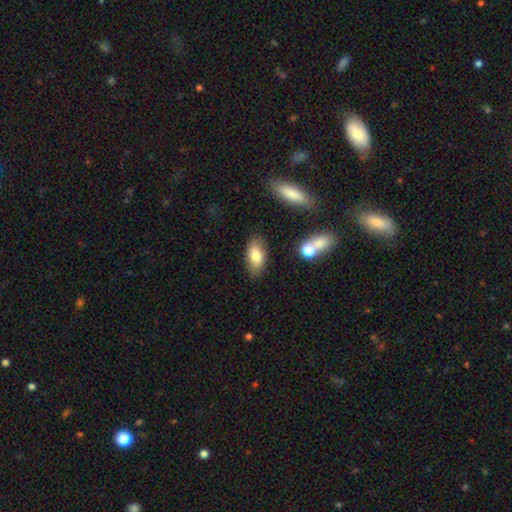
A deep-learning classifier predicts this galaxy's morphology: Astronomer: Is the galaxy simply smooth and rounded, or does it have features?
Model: smooth — 77%.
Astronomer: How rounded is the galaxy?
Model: in between — 90%.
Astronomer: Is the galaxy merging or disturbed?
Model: none — 79%.